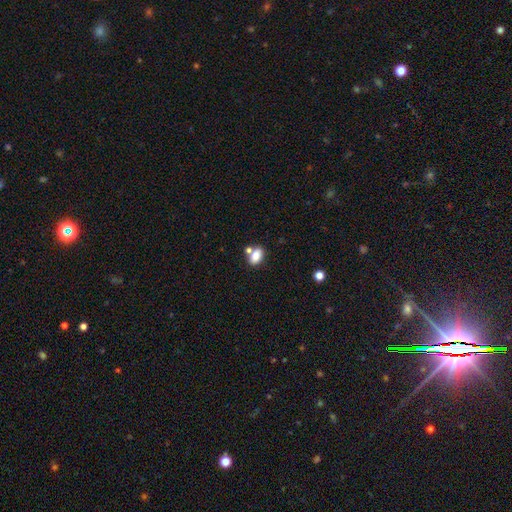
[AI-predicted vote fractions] Q: Smooth or featured?
A: smooth (82%); runner-up: star or artifact (9%)
Q: How rounded?
A: in between (84%); runner-up: round (13%)
Q: Merging?
A: none (55%); runner-up: merger (29%)